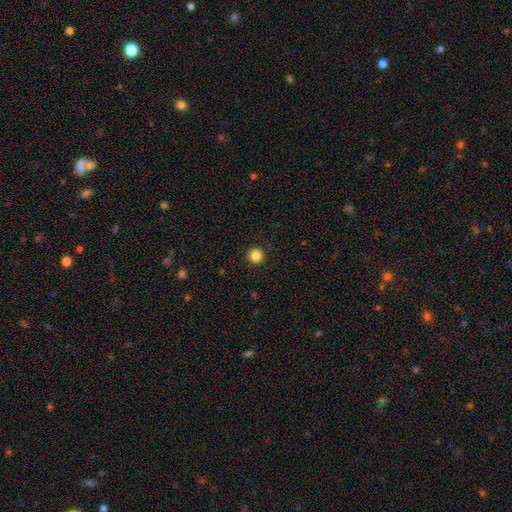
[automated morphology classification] Q: Smooth or featured?
A: smooth (85%); runner-up: star or artifact (12%)
Q: How rounded?
A: round (96%); runner-up: in between (3%)
Q: Merging?
A: none (93%); runner-up: minor disturbance (4%)